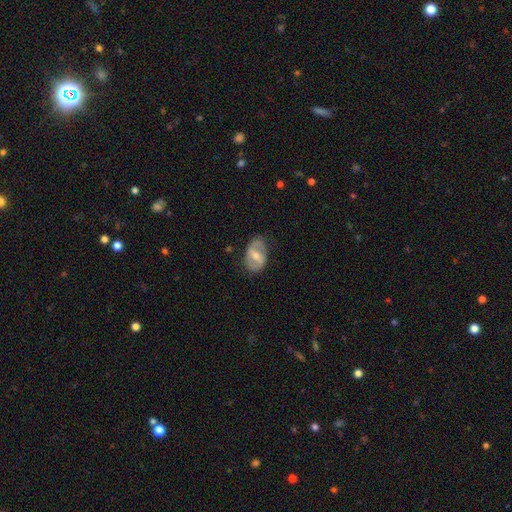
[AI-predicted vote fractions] Smooth or featured: featured or disk — 64% (smooth — 29%)
Edge-on disk: no — 94% (yes — 6%)
Bar: weak — 46% (strong — 31%)
Spiral arms: yes — 68% (no — 32%)
Bulge size: moderate — 59% (small — 35%)
Merging: none — 75% (minor disturbance — 19%)